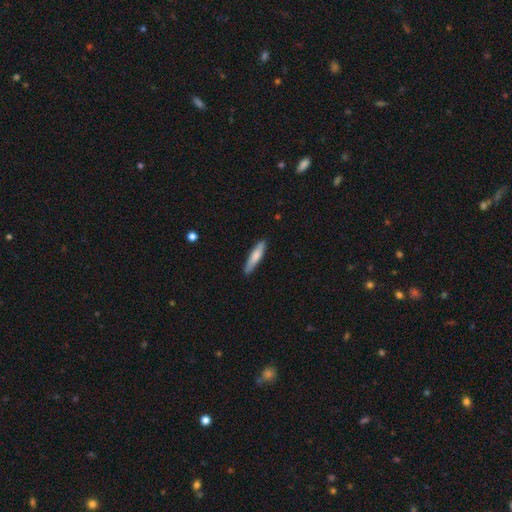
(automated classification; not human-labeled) smooth 74%, featured or disk 21%, star or artifact 5%. Down the decision tree: how rounded — cigar-shaped (86%); merging — none (85%).